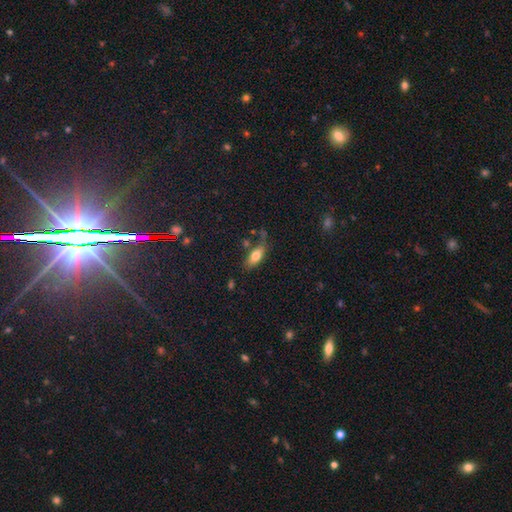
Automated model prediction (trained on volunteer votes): smooth 72%, featured or disk 19%, star or artifact 8%. Down the decision tree: how rounded — in between (76%); merging — none (59%).